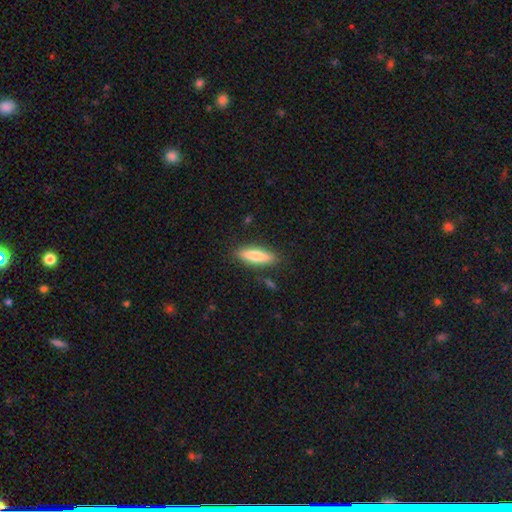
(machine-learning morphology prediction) Smooth or featured?
  - smooth: 77% *
  - featured or disk: 18%
  - star or artifact: 6%
How rounded?
  - cigar-shaped: 59% *
  - in between: 39%
  - round: 2%
Merging?
  - none: 85% *
  - minor disturbance: 10%
  - major disturbance: 2%
  - merger: 2%